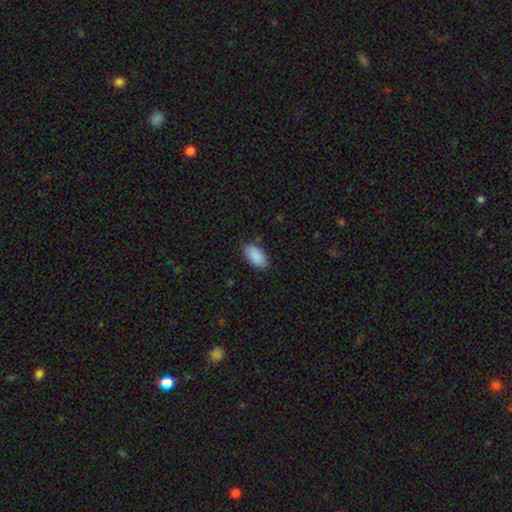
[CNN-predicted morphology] smooth_or_featured: smooth (p=0.89) [alt: star or artifact p=0.06]
how_rounded: in between (p=0.94) [alt: round p=0.03]
merging: none (p=0.79) [alt: minor disturbance p=0.17]